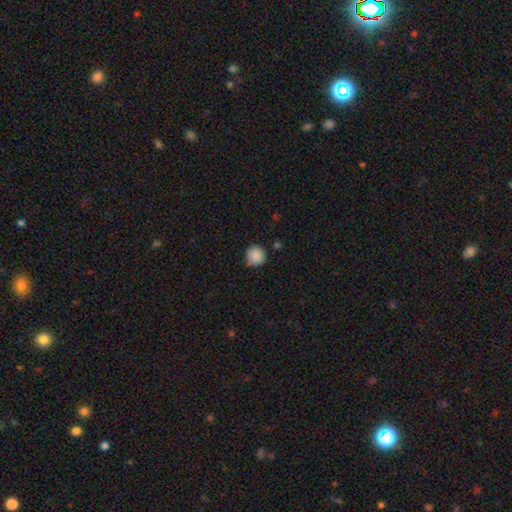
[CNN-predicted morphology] Smooth or featured: smooth — 87% (star or artifact — 9%)
How rounded: round — 91% (in between — 8%)
Merging: none — 69% (minor disturbance — 24%)